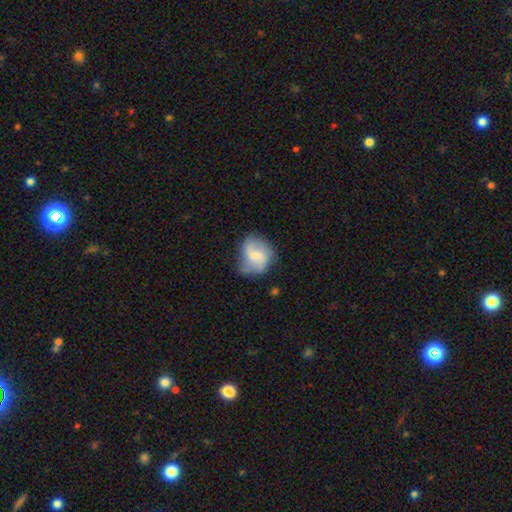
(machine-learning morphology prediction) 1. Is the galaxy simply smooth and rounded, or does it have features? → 55% featured or disk, 38% smooth, 7% star or artifact.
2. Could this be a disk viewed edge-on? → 97% no, 3% yes.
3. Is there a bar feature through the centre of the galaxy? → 50% weak, 40% no, 10% strong.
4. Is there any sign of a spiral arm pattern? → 87% yes, 13% no.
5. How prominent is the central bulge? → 51% small, 33% moderate, 12% none, 3% large, 1% dominant.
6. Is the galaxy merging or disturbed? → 60% none, 27% minor disturbance, 11% major disturbance, 2% merger.